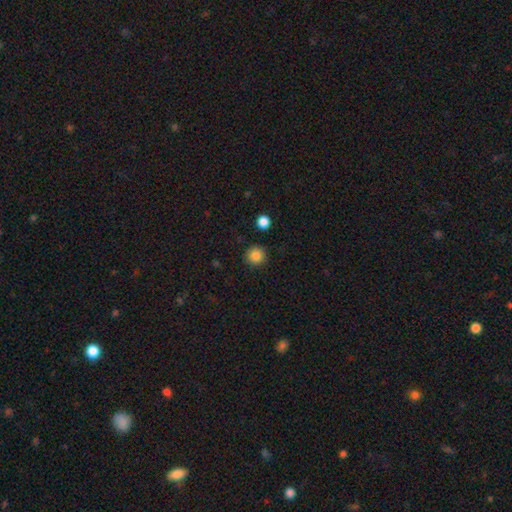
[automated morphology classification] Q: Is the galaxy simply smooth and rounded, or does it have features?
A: smooth — 86%.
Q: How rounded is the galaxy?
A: round — 94%.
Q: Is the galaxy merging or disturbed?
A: none — 91%.